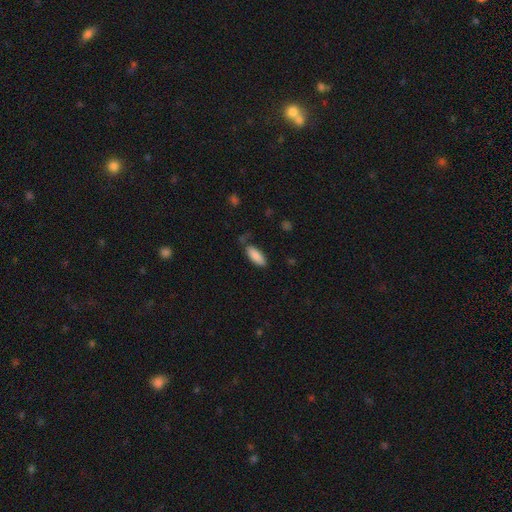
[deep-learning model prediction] Smooth or featured? Predicted: smooth (p=0.86). How rounded? Predicted: in between (p=0.77). Merging? Predicted: none (p=0.69).